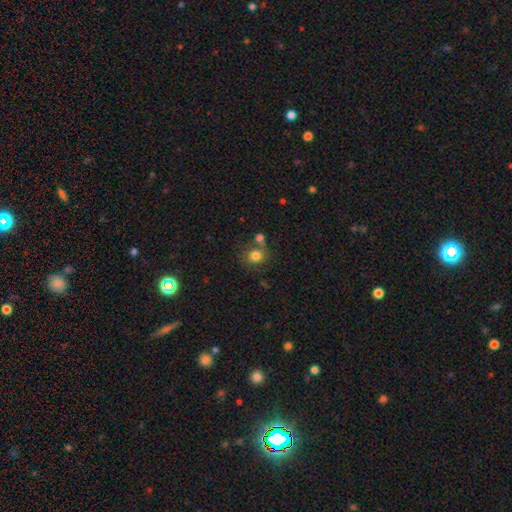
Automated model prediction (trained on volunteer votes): Overall: smooth (80%). How rounded: round (80%). Merging: none (60%; merger 23%).